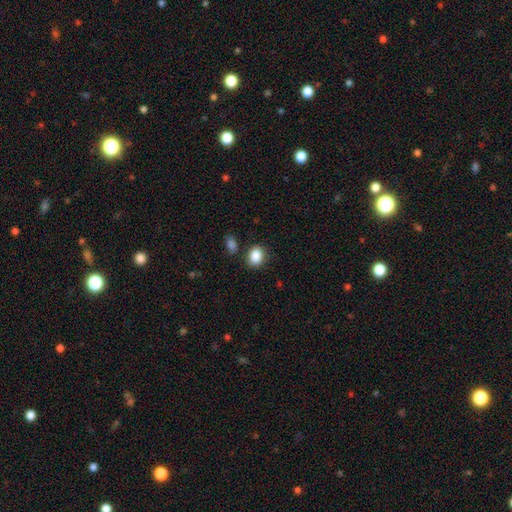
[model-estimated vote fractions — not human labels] smooth_or_featured: smooth (p=0.88) [alt: star or artifact p=0.09]
how_rounded: in between (p=0.56) [alt: round p=0.43]
merging: none (p=0.79) [alt: minor disturbance p=0.12]